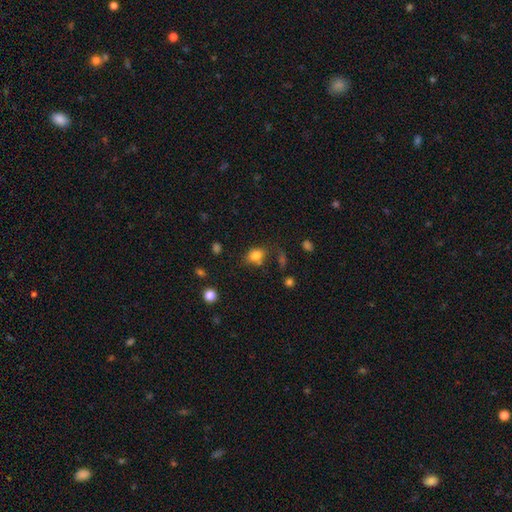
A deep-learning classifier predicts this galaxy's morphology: The model was most divided on "how rounded": in between: 62%, round: 37%, cigar-shaped: 1%. More confident: smooth or featured — smooth (80%); merging — none (64%).